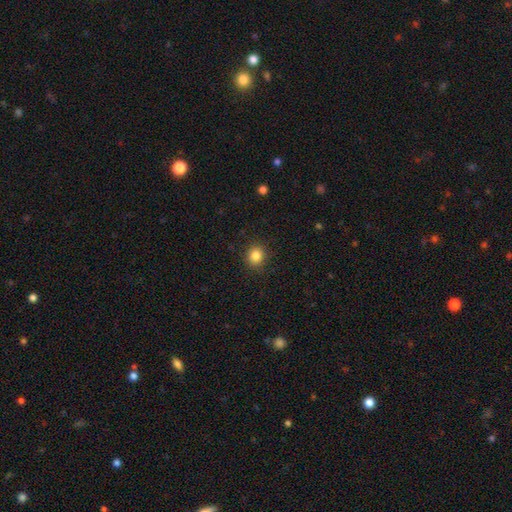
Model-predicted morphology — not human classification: Smooth or featured? smooth (84%)
How rounded? round (83%)
Merging? none (90%)